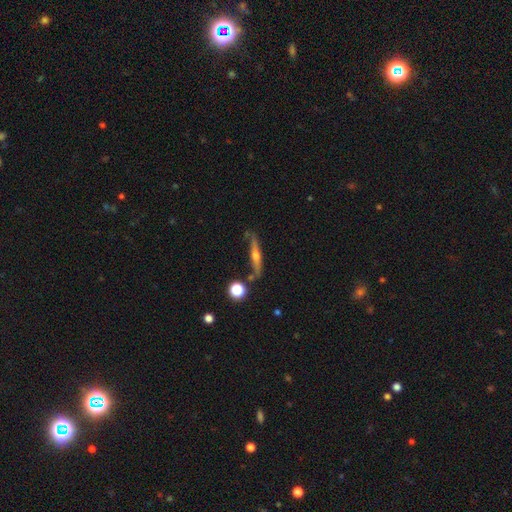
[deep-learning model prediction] This appears to be a featured or disk galaxy (65%) viewed edge-on (94%) with a rounded central bulge (89%). Merging: none (77%).